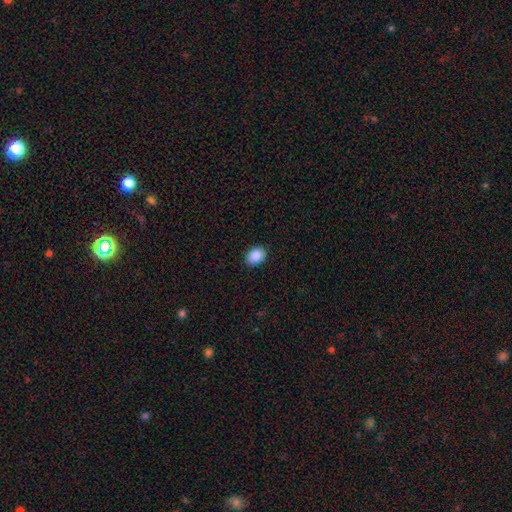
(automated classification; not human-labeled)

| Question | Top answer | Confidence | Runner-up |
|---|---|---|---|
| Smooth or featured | smooth | 90% | star or artifact (7%) |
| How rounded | in between | 72% | round (27%) |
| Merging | none | 88% | minor disturbance (9%) |